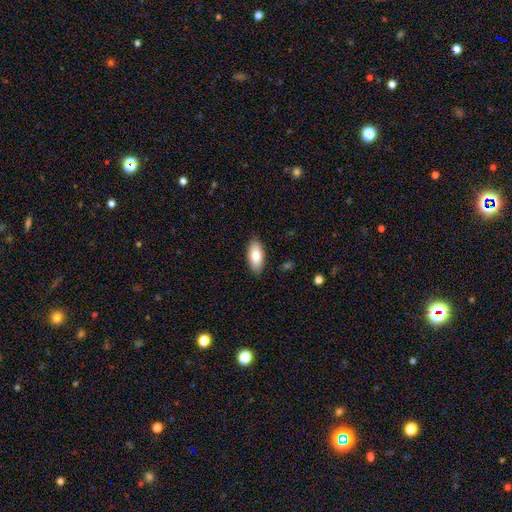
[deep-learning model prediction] A smooth galaxy with no disk features (82%) that is in between round and cigar-shaped (91%). Merging: none (87%).